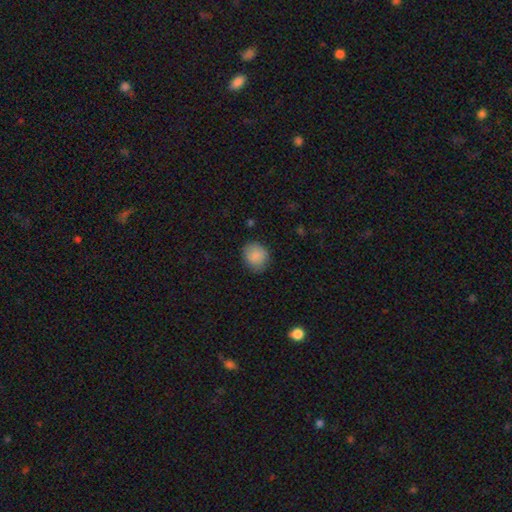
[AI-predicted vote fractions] A smooth galaxy with no disk features (87%) that is round (73%). Merging: none (80%).